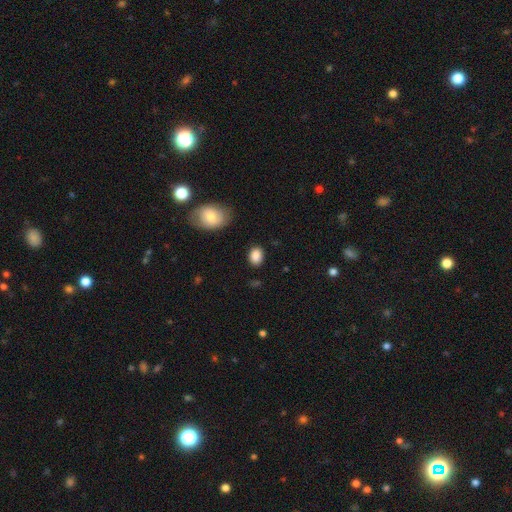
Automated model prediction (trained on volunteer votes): Smooth or featured?
  - smooth: 88% *
  - star or artifact: 8%
  - featured or disk: 4%
How rounded?
  - in between: 69% *
  - round: 30%
  - cigar-shaped: 1%
Merging?
  - none: 83% *
  - minor disturbance: 12%
  - major disturbance: 3%
  - merger: 2%